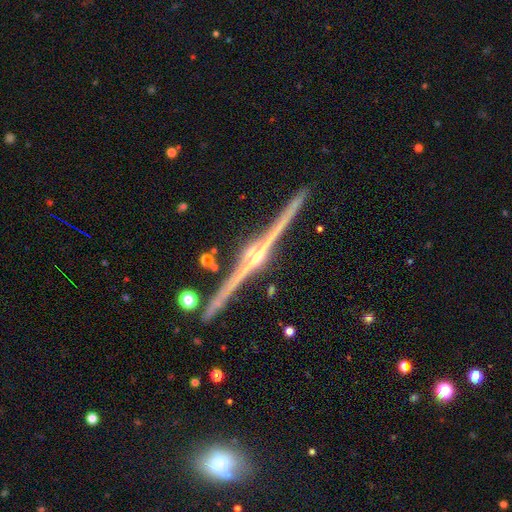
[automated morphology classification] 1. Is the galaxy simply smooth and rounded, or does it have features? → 92% featured or disk, 5% star or artifact, 3% smooth.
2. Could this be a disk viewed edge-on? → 99% yes, 1% no.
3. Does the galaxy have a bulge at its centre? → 91% rounded, 5% boxy, 4% none.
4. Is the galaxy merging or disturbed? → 91% none, 6% minor disturbance, 2% merger, 1% major disturbance.